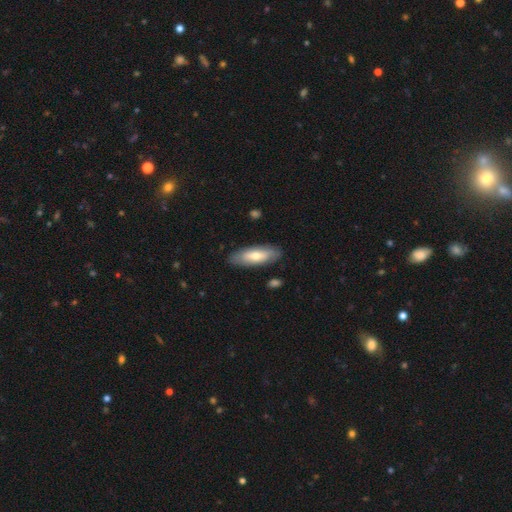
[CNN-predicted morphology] Smooth or featured? Predicted: smooth (p=0.61). How rounded? Predicted: in between (p=0.66). Merging? Predicted: none (p=0.85).